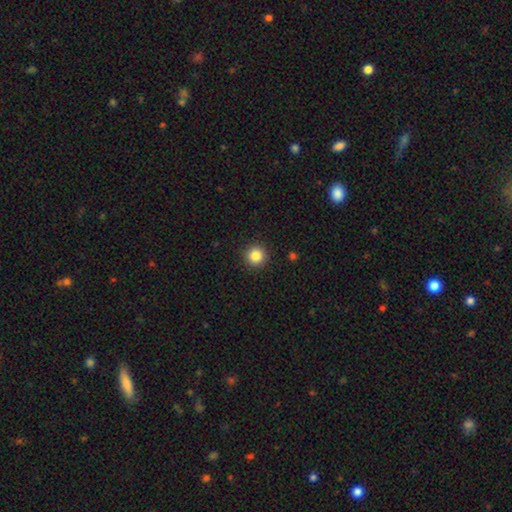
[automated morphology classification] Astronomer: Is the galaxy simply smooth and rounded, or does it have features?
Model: smooth — 85%.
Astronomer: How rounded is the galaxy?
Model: round — 95%.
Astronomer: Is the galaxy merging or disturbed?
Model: none — 92%.